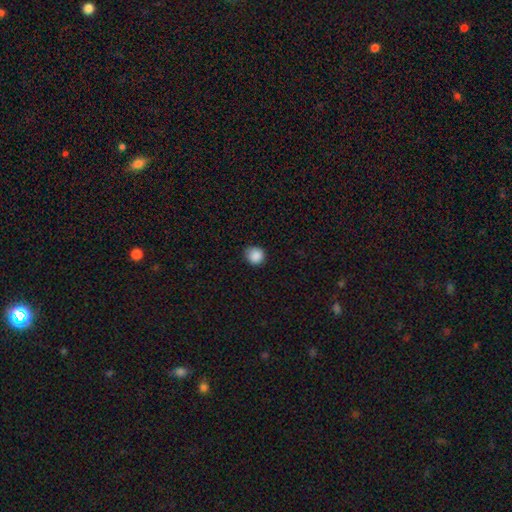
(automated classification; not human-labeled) This is clearly a smooth galaxy (87%). How rounded: clearly round (89%). Merging: clearly none (81%).